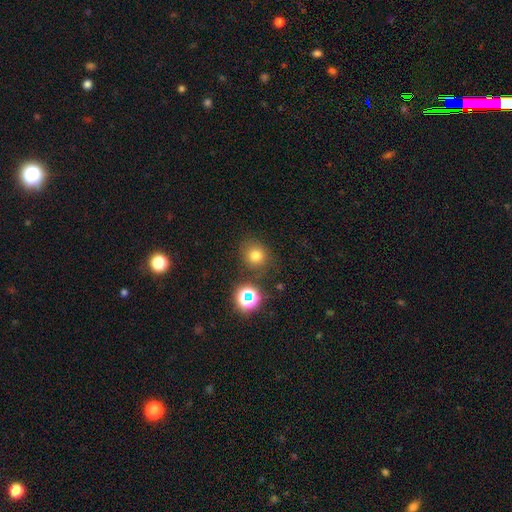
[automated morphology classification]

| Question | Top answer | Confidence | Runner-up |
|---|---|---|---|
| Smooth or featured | smooth | 74% | star or artifact (18%) |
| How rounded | round | 85% | in between (14%) |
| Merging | none | 81% | minor disturbance (11%) |